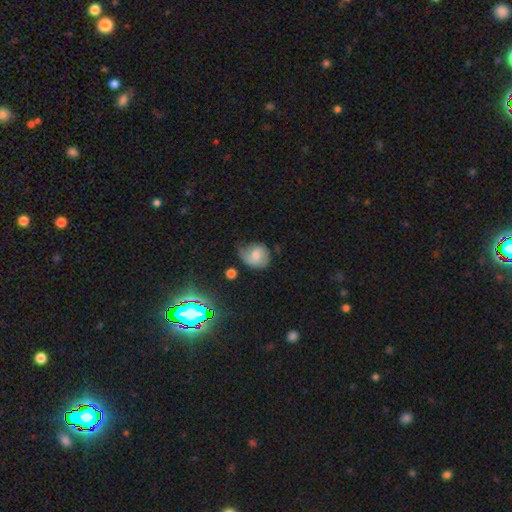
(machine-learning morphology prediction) smooth 62%, featured or disk 28%, star or artifact 11%. Down the decision tree: how rounded — round (61%); merging — minor disturbance (42%).